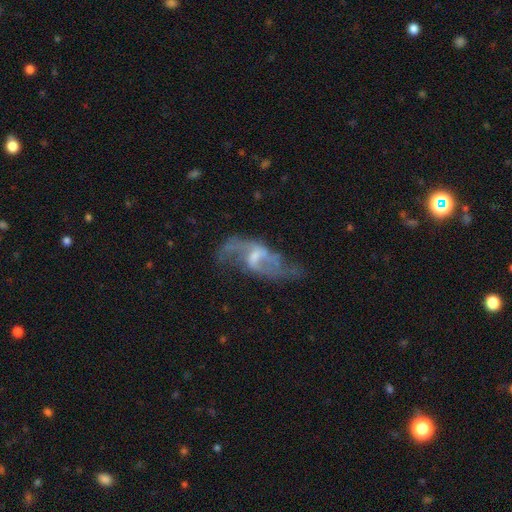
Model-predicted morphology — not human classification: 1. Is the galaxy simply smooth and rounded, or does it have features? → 83% featured or disk, 10% smooth, 7% star or artifact.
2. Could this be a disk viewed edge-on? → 93% no, 7% yes.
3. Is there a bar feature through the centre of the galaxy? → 56% weak, 22% no, 21% strong.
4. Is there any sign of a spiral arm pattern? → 88% yes, 12% no.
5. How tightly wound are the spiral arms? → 69% loose, 25% medium, 6% tight.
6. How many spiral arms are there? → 84% 2, 7% can't tell, 4% 1, 2% 3, 1% 4, 1% more than 4.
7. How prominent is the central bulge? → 43% small, 34% moderate, 19% none, 4% large, 1% dominant.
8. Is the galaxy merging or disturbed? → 56% none, 20% minor disturbance, 20% major disturbance, 4% merger.